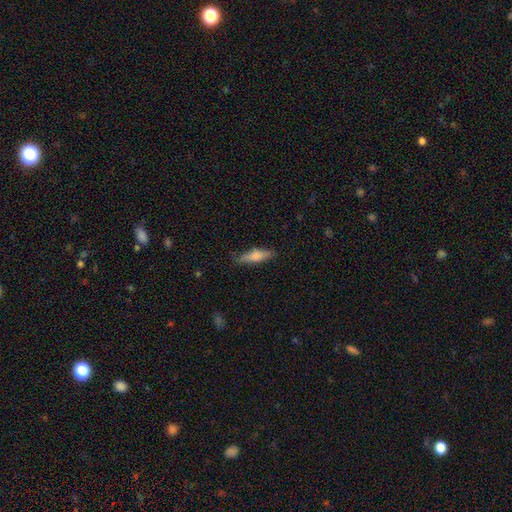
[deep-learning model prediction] smooth-or-featured: smooth: 71% | featured or disk: 22% | star or artifact: 6%
  how-rounded: cigar-shaped: 62% | in between: 36% | round: 2%
  merging: none: 79% | minor disturbance: 17% | major disturbance: 3% | merger: 1%